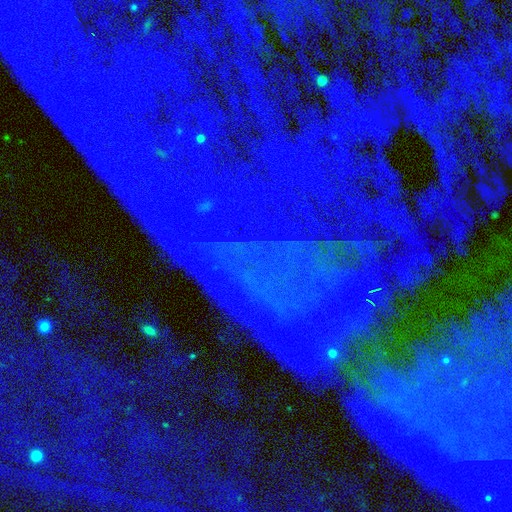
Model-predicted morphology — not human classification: smooth-or-featured: star or artifact: 85% | featured or disk: 8% | smooth: 7%